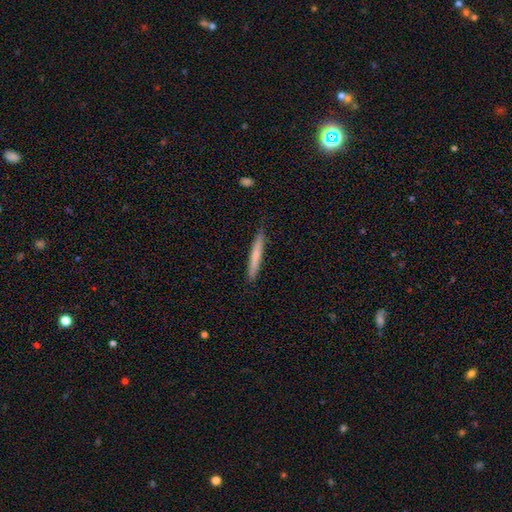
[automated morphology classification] A smooth galaxy with no disk features (65%) that is cigar-shaped (96%). Merging: none (89%).